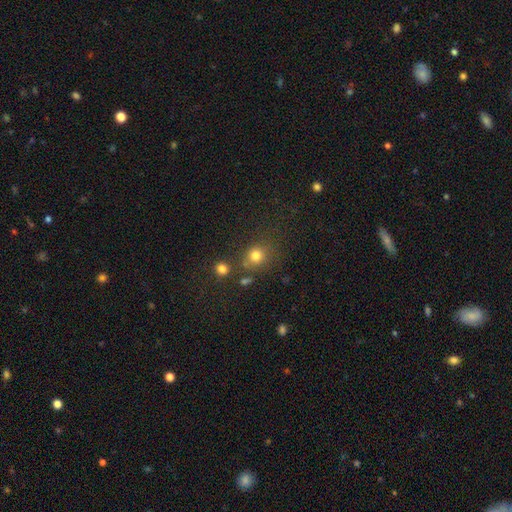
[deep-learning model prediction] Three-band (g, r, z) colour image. It shows a smooth galaxy with no disk features (77%) that is round (83%). Merging: none (70%).